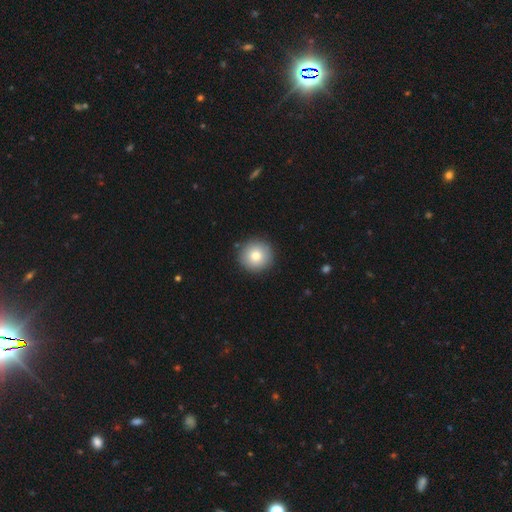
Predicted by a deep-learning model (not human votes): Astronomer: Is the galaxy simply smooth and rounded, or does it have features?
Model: smooth — 80%.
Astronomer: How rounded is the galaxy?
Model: round — 95%.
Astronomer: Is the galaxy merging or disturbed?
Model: none — 91%.